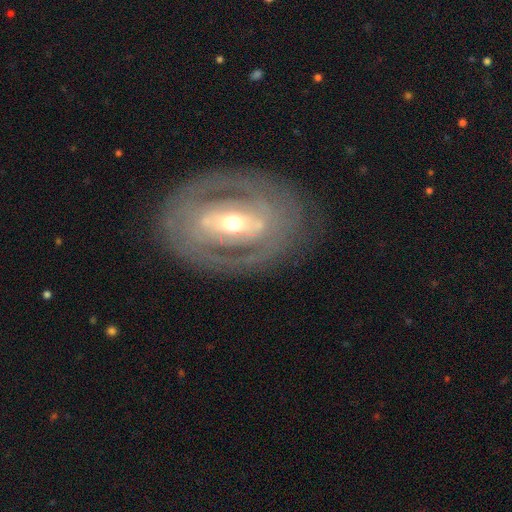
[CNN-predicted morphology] The model was most divided on "spiral arms": yes: 52%, no: 48%. Remaining: edge-on disk — no (93%); merging — none (80%); smooth or featured — featured or disk (78%); bulge size — moderate (56%); bar — strong (41%).